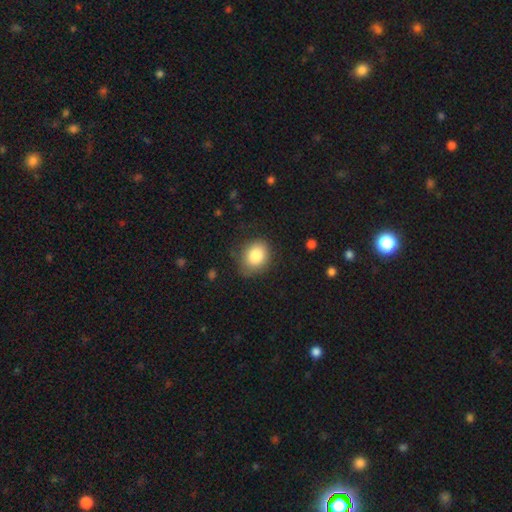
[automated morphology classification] type=smooth (83%); roundness=round (56%); merging=none (76%).